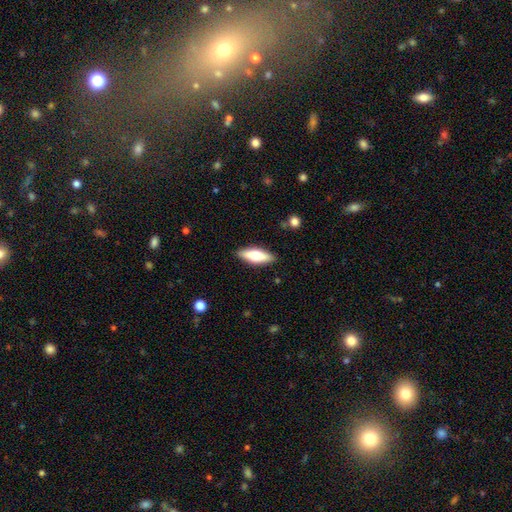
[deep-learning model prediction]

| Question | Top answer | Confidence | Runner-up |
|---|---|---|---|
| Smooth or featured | smooth | 59% | featured or disk (35%) |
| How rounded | in between | 56% | cigar-shaped (42%) |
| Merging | none | 88% | minor disturbance (9%) |